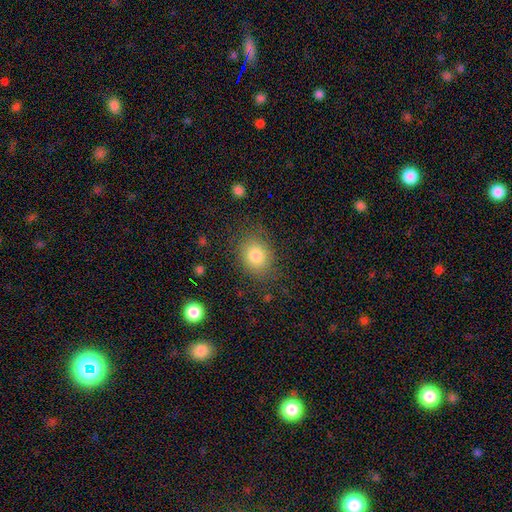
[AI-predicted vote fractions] smooth-or-featured: smooth: 81% | star or artifact: 10% | featured or disk: 9%
  how-rounded: round: 56% | in between: 43% | cigar-shaped: 1%
  merging: none: 81% | minor disturbance: 13% | major disturbance: 5% | merger: 2%